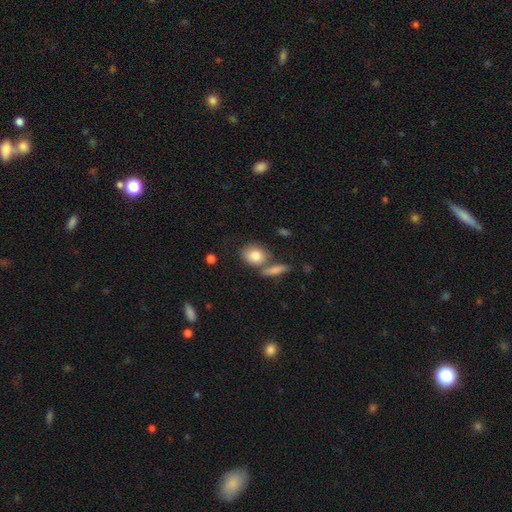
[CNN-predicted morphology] Smooth or featured?
  - smooth: 82% *
  - featured or disk: 11%
  - star or artifact: 7%
How rounded?
  - in between: 57% *
  - round: 40%
  - cigar-shaped: 3%
Merging?
  - none: 54% *
  - merger: 28%
  - minor disturbance: 13%
  - major disturbance: 5%